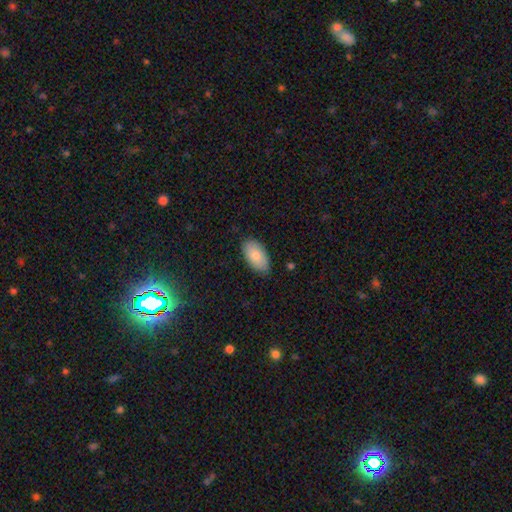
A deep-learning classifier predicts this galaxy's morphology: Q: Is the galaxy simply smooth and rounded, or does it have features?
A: smooth — 84%.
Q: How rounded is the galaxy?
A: in between — 95%.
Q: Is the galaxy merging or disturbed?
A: none — 83%.